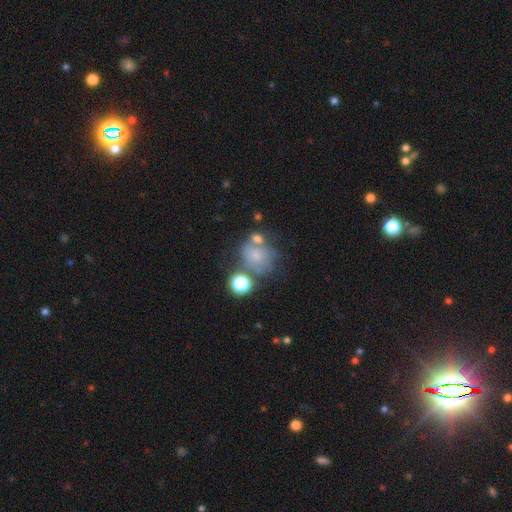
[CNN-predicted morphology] A smooth galaxy with no disk features (52%) that is round (73%). Merging: none (38%).